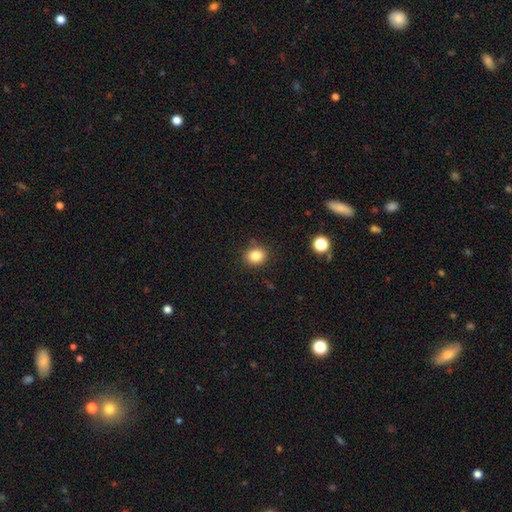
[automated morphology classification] smooth 83%, star or artifact 11%, featured or disk 6%. Down the decision tree: how rounded — round (71%); merging — none (86%).